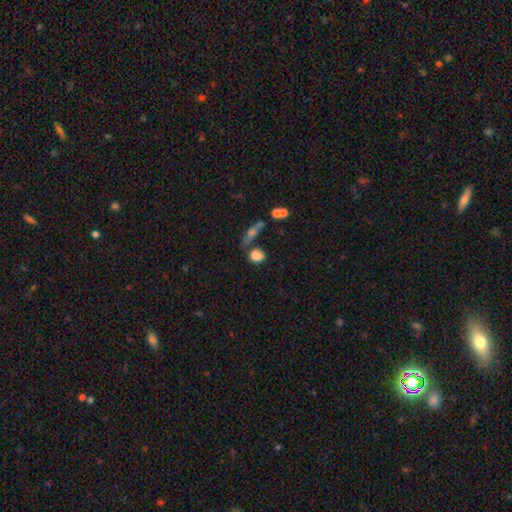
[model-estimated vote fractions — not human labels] Q: Smooth or featured?
A: smooth (78%); runner-up: featured or disk (12%)
Q: How rounded?
A: round (57%); runner-up: in between (38%)
Q: Merging?
A: none (51%); runner-up: merger (22%)